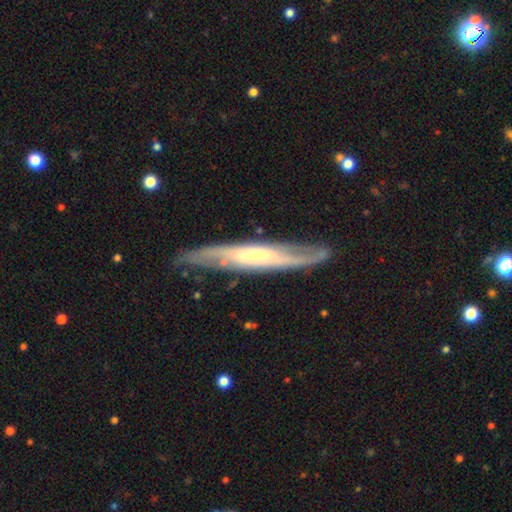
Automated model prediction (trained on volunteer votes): A featured or disk galaxy (76%) viewed edge-on (56%). Merging: none (77%).